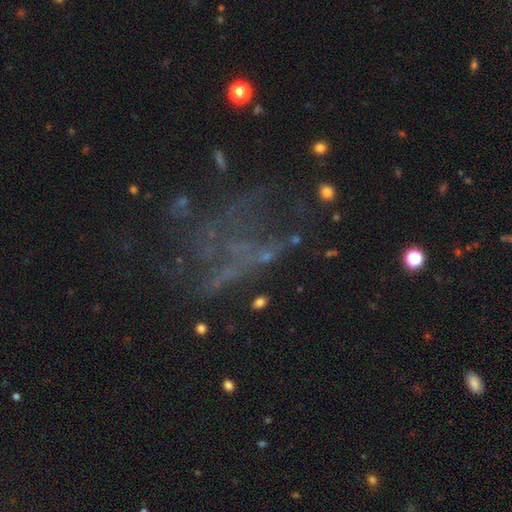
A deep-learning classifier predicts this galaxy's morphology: This appears to be a featured or disk galaxy (48%). Merging: none (45%).